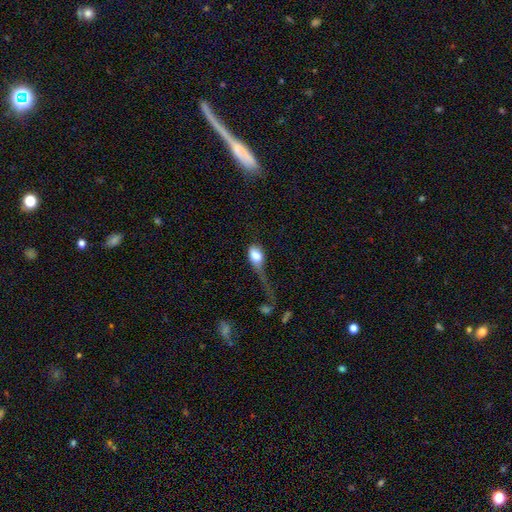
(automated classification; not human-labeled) Smooth or featured? smooth (73%)
How rounded? in between (74%)
Merging? major disturbance (55%)